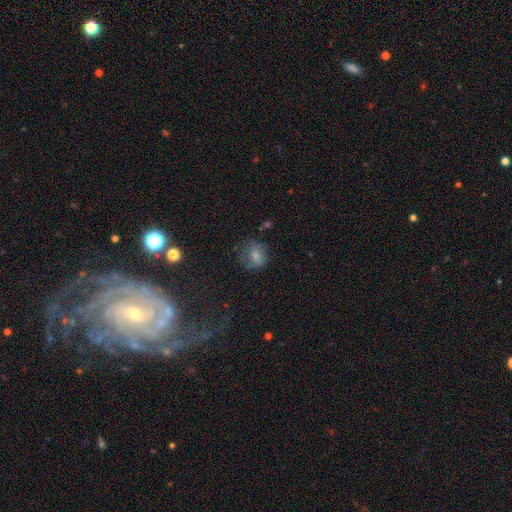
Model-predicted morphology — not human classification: This is likely a smooth galaxy (69%). How rounded: likely round (71%). Merging: likely none (62%).